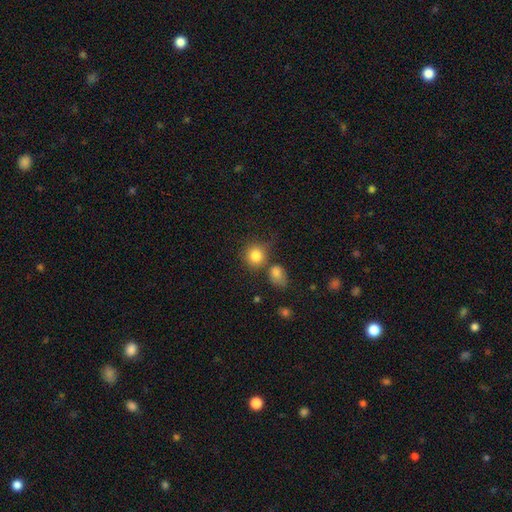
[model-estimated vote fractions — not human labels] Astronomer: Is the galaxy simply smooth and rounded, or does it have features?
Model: smooth — 83%.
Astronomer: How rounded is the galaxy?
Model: round — 86%.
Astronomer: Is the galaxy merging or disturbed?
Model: none — 60%.